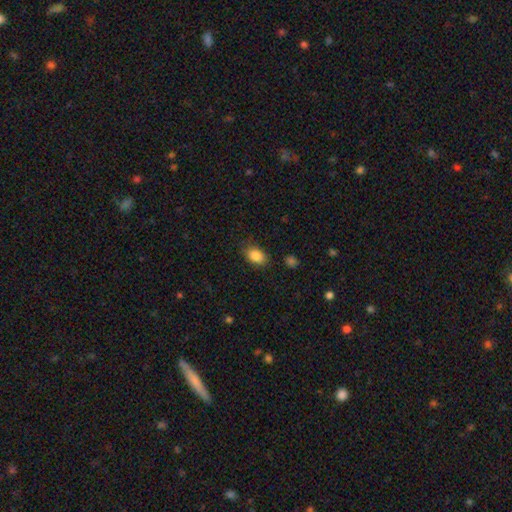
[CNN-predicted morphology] A smooth galaxy with no disk features (86%) that is in between round and cigar-shaped (83%).

Vote fractions:
- Smooth or featured? smooth: 86% / star or artifact: 8% / featured or disk: 6%
- How rounded? in between: 83% / round: 15% / cigar-shaped: 1%
- Merging? none: 80% / minor disturbance: 14% / major disturbance: 4% / merger: 2%